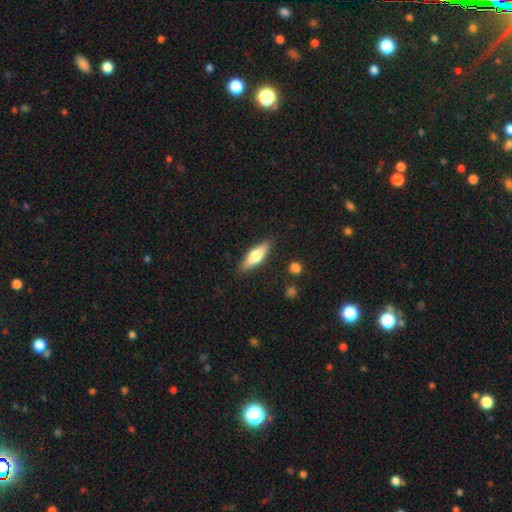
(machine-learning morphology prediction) Smooth or featured: smooth — 61% (featured or disk — 33%)
How rounded: in between — 49% (cigar-shaped — 48%)
Merging: none — 87% (minor disturbance — 10%)